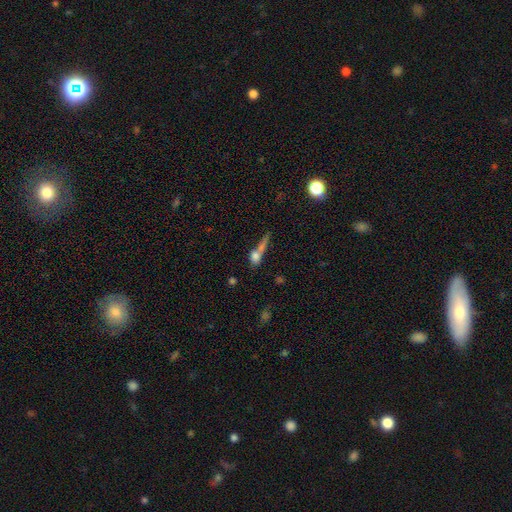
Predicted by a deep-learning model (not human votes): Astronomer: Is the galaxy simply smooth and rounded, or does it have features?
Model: smooth — 67%.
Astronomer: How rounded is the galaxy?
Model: in between — 35% (runner-up: cigar-shaped, 34%).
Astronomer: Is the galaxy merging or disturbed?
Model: merger — 42% (runner-up: none, 32%).